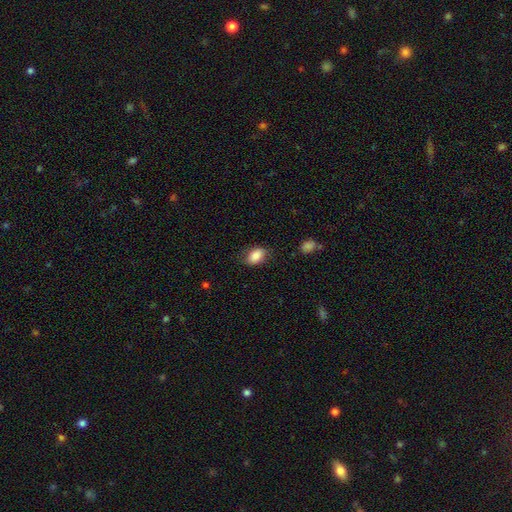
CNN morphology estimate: type=smooth (85%); roundness=in between (85%); merging=none (75%).